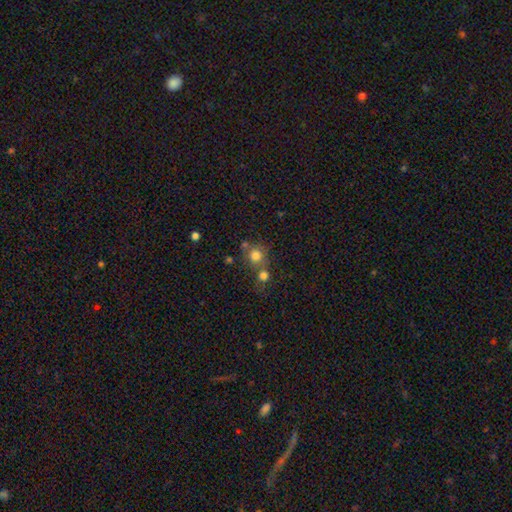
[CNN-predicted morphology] Q: Smooth or featured?
A: smooth (78%); runner-up: star or artifact (13%)
Q: How rounded?
A: round (88%); runner-up: in between (11%)
Q: Merging?
A: none (55%); runner-up: merger (31%)